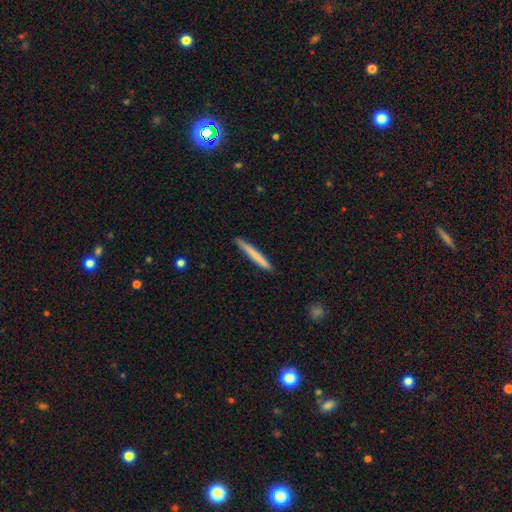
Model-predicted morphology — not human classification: smooth-or-featured: smooth: 71% | featured or disk: 24% | star or artifact: 6%
  how-rounded: cigar-shaped: 97% | in between: 2% | round: 1%
  merging: none: 89% | minor disturbance: 8% | major disturbance: 1% | merger: 1%